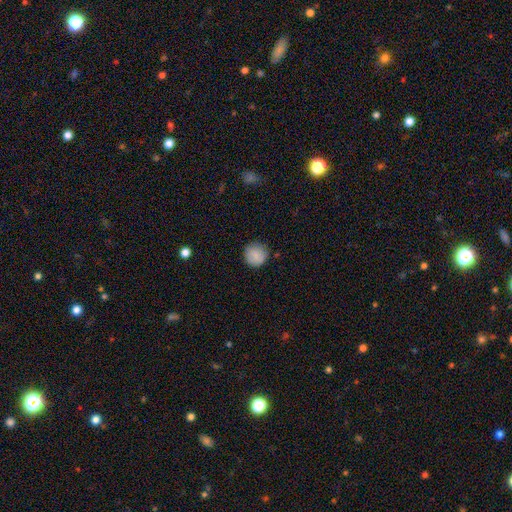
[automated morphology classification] smooth-or-featured: smooth: 85% | star or artifact: 8% | featured or disk: 7%
  how-rounded: round: 93% | in between: 6% | cigar-shaped: 1%
  merging: none: 85% | minor disturbance: 11% | major disturbance: 2% | merger: 1%